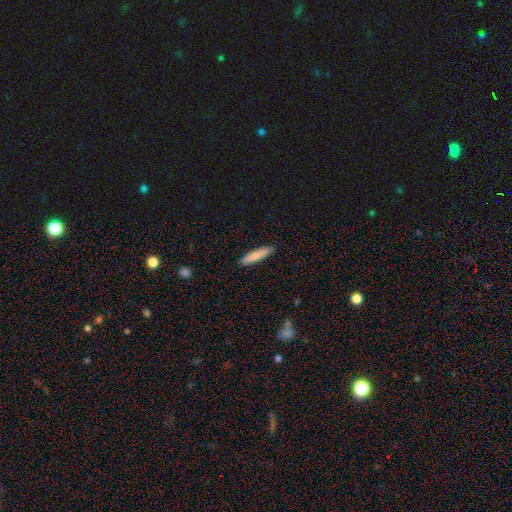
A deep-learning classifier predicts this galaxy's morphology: smooth_or_featured: smooth (p=0.85) [alt: featured or disk p=0.10]
how_rounded: cigar-shaped (p=0.80) [alt: in between p=0.19]
merging: none (p=0.90) [alt: minor disturbance p=0.07]